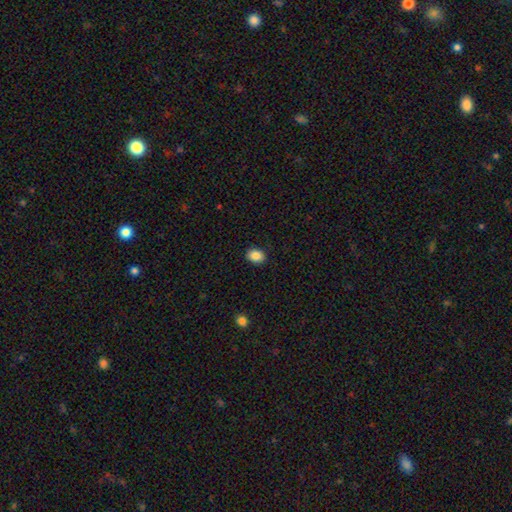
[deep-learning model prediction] Q: Smooth or featured?
A: smooth (87%); runner-up: star or artifact (9%)
Q: How rounded?
A: in between (60%); runner-up: round (39%)
Q: Merging?
A: none (89%); runner-up: minor disturbance (8%)